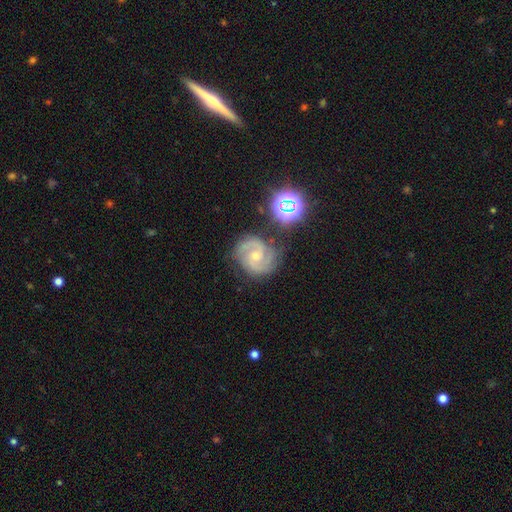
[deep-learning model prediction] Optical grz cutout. It shows a featured or disk galaxy (87%) with no bar (60%), 2 (67%) medium (48%) spiral arms (98%) and a small central bulge (61%). Merging: none (75%).